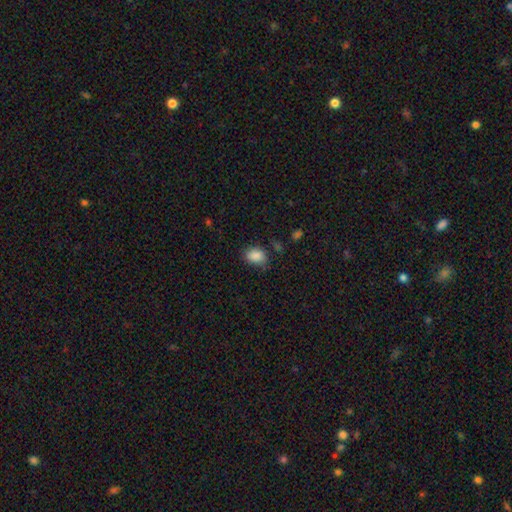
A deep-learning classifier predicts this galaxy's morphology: type=smooth (87%); roundness=in between (74%); merging=none (73%).